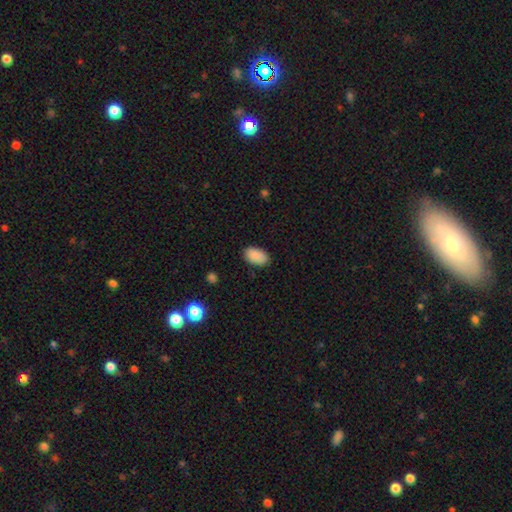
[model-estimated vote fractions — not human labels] A smooth galaxy with no disk features (90%) that is in between round and cigar-shaped (94%). Merging: none (87%).